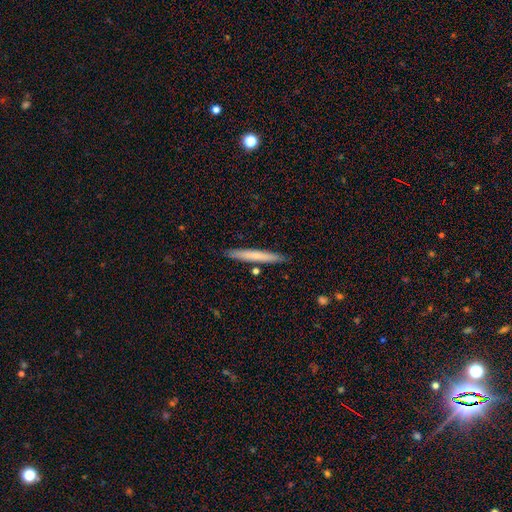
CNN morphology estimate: Smooth or featured? smooth (67%)
How rounded? cigar-shaped (96%)
Merging? none (89%)